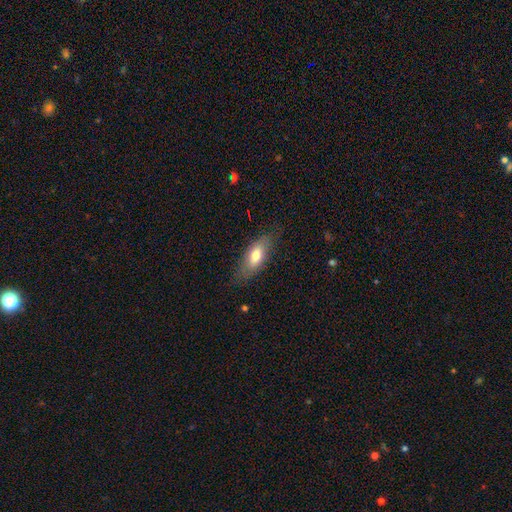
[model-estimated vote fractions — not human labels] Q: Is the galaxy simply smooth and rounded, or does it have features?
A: smooth — 72%.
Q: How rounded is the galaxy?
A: in between — 78%.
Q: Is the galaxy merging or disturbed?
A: none — 76%.